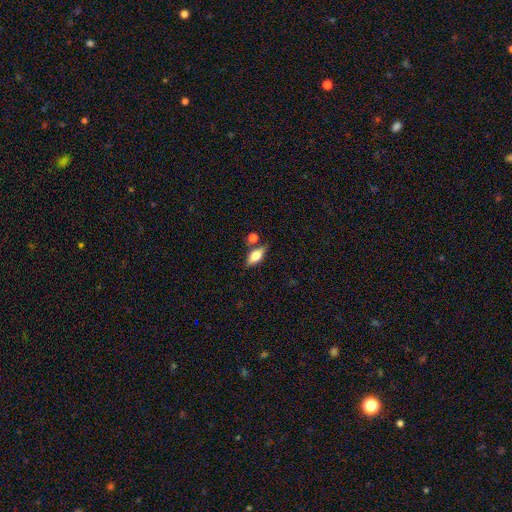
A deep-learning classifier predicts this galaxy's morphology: This appears to be a smooth galaxy with no disk features (64%) that is in between round and cigar-shaped (77%). Merging: none (71%).